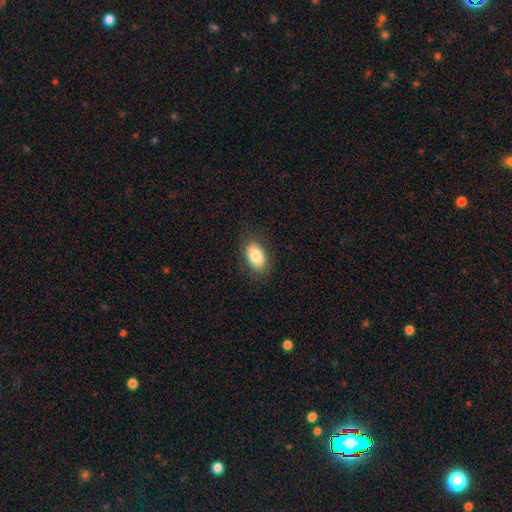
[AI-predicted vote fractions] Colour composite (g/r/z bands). It shows a smooth galaxy with no disk features (80%) that is in between round and cigar-shaped (90%). Merging: none (83%).